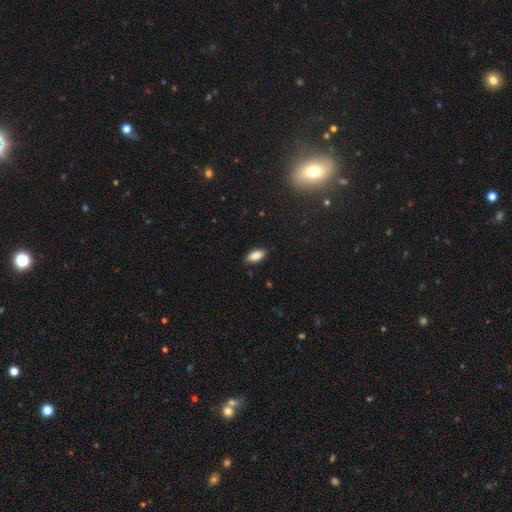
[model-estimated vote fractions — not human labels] A smooth galaxy with no disk features (88%) that is in between round and cigar-shaped (90%).

Vote fractions:
- Smooth or featured? smooth: 88% / star or artifact: 7% / featured or disk: 5%
- How rounded? in between: 90% / cigar-shaped: 7% / round: 2%
- Merging? none: 86% / minor disturbance: 11% / major disturbance: 2% / merger: 1%